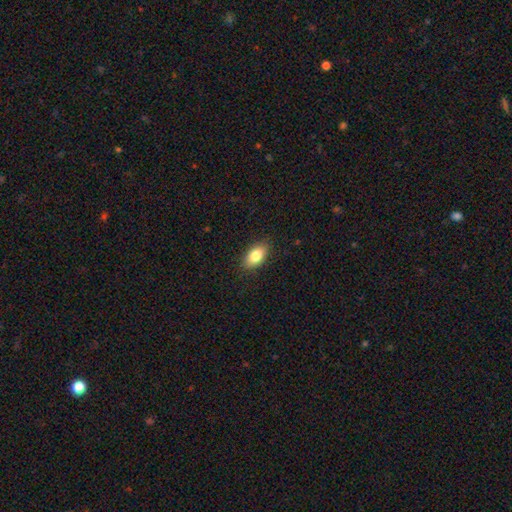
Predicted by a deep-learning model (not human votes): Overall: smooth (82%). How rounded: in between (91%). Merging: none (87%).